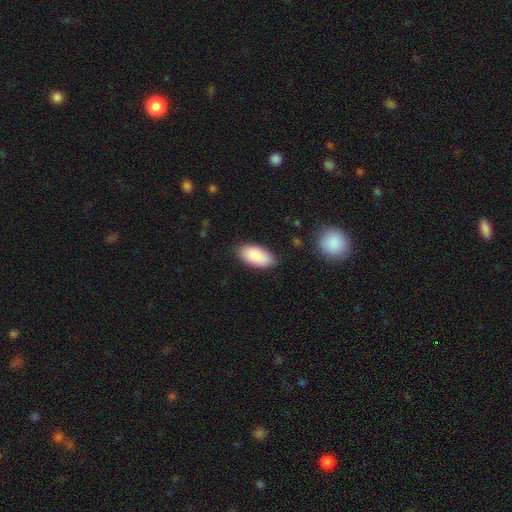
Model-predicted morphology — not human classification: Q: Smooth or featured?
A: smooth (89%); runner-up: star or artifact (6%)
Q: How rounded?
A: in between (94%); runner-up: cigar-shaped (4%)
Q: Merging?
A: none (82%); runner-up: minor disturbance (13%)